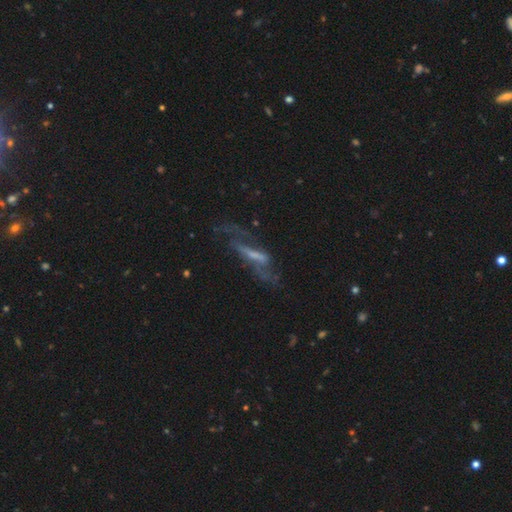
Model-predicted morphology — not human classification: Smooth or featured?
  - featured or disk: 69% *
  - smooth: 22%
  - star or artifact: 9%
Edge-on disk?
  - no: 73% *
  - yes: 27%
Bar?
  - strong: 42% *
  - weak: 32%
  - no: 26%
Spiral arms?
  - yes: 72% *
  - no: 28%
Bulge size?
  - small: 35% *
  - moderate: 28%
  - none: 27%
  - large: 8%
  - dominant: 2%
Merging?
  - none: 39% *
  - major disturbance: 36%
  - minor disturbance: 20%
  - merger: 5%